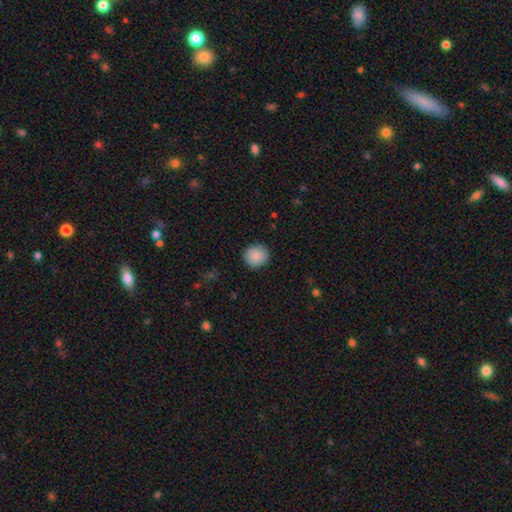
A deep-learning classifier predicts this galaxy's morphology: smooth 88%, star or artifact 7%, featured or disk 4%. Down the decision tree: how rounded — round (91%); merging — none (90%).